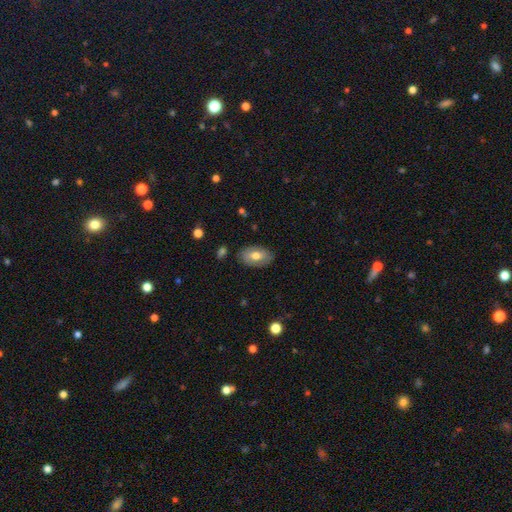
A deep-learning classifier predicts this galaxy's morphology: This appears to be a smooth galaxy with no disk features (67%) that is in between round and cigar-shaped (93%). Merging: none (84%).